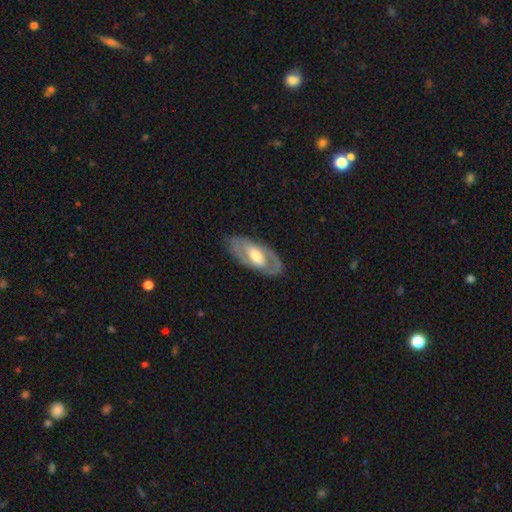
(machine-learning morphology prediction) smooth-or-featured: featured or disk: 72% | smooth: 24% | star or artifact: 4%
  disk-edge-on: no: 89% | yes: 11%
    bar: no: 39% | weak: 36% | strong: 25%
    has-spiral-arms: yes: 58% | no: 42%
    bulge-size: moderate: 66% | small: 18% | large: 14% | none: 1% | dominant: 1%
  merging: none: 83% | minor disturbance: 12% | major disturbance: 4% | merger: 1%